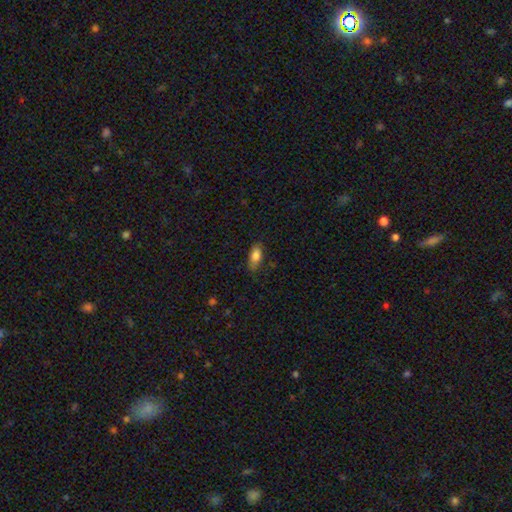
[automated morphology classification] Q: Smooth or featured?
A: smooth (80%); runner-up: featured or disk (12%)
Q: How rounded?
A: in between (81%); runner-up: cigar-shaped (15%)
Q: Merging?
A: none (73%); runner-up: minor disturbance (21%)